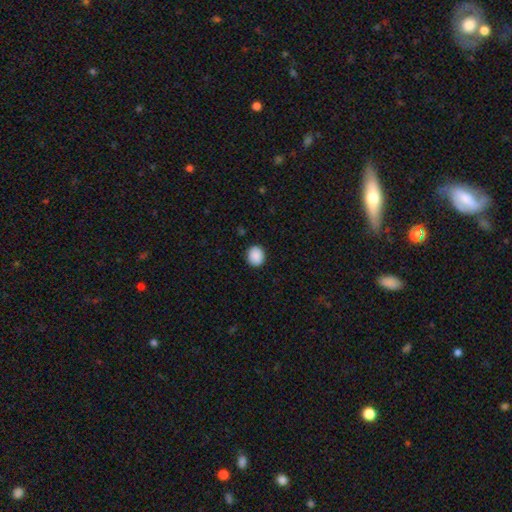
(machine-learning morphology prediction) smooth-or-featured: smooth: 90% | star or artifact: 8% | featured or disk: 2%
  how-rounded: round: 72% | in between: 27% | cigar-shaped: 1%
  merging: none: 91% | minor disturbance: 7% | major disturbance: 2% | merger: 1%